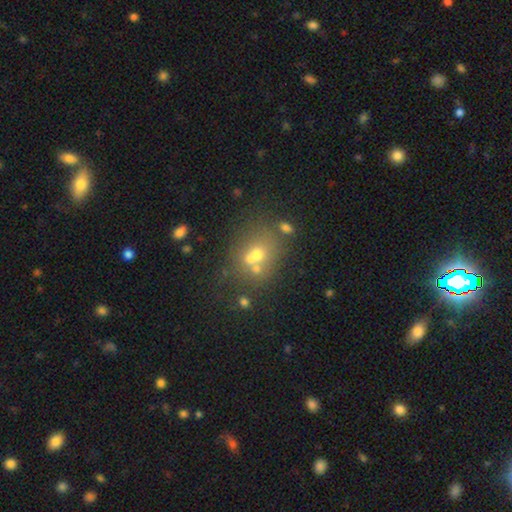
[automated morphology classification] Overall: smooth (52%; featured or disk 25%). How rounded: round (64%; in between 34%). Merging: none (45%; merger 39%).